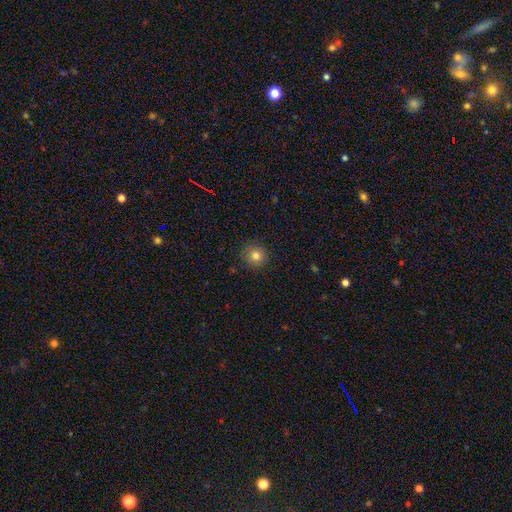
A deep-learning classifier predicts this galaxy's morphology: This appears to be a smooth galaxy with no disk features (83%) that is round (93%). Merging: none (89%).